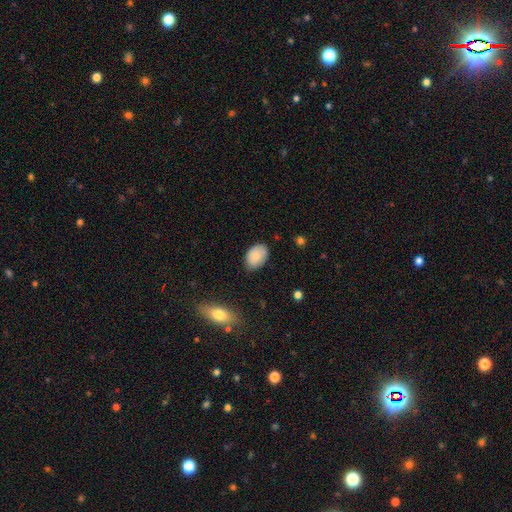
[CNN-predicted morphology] Smooth or featured?
  - smooth: 82% *
  - featured or disk: 10%
  - star or artifact: 7%
How rounded?
  - in between: 86% *
  - round: 13%
  - cigar-shaped: 1%
Merging?
  - none: 79% *
  - minor disturbance: 17%
  - major disturbance: 3%
  - merger: 1%